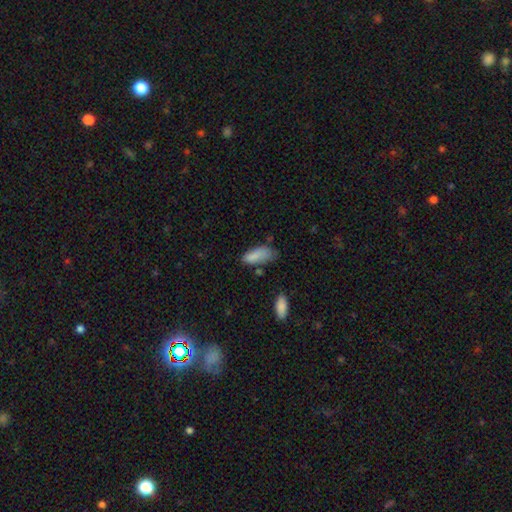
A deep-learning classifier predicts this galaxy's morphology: smooth_or_featured: smooth (p=0.84) [alt: featured or disk p=0.09]
how_rounded: in between (p=0.80) [alt: cigar-shaped p=0.18]
merging: none (p=0.47) [alt: minor disturbance p=0.35]